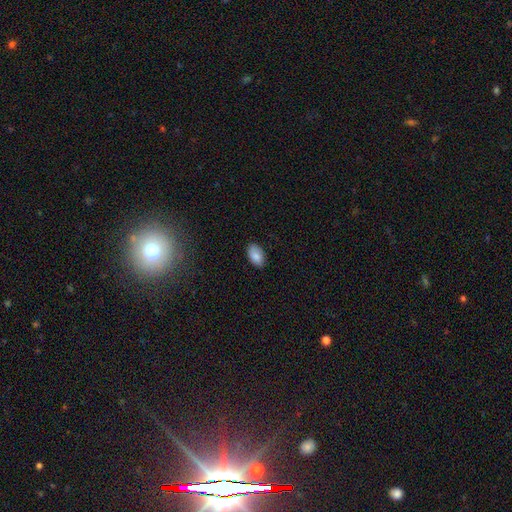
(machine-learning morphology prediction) A smooth galaxy with no disk features (86%) that is in between round and cigar-shaped (94%). Merging: none (83%).